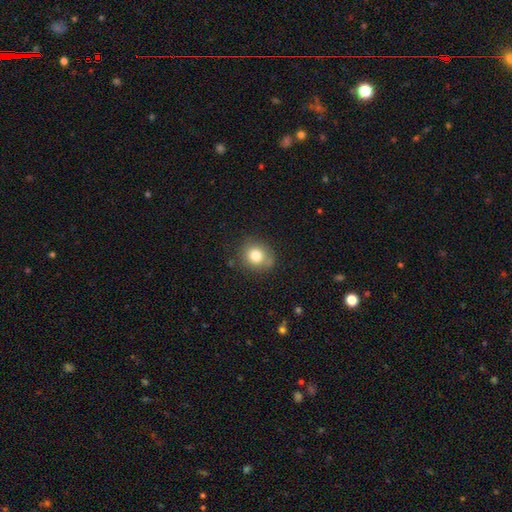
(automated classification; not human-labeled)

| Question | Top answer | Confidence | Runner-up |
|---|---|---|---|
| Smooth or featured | smooth | 79% | star or artifact (11%) |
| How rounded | round | 77% | in between (22%) |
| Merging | none | 77% | minor disturbance (16%) |